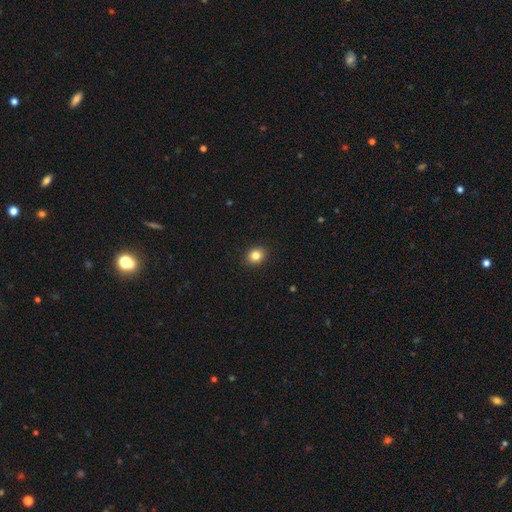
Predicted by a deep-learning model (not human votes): A smooth galaxy with no disk features (83%) that is round (68%). Merging: none (91%).